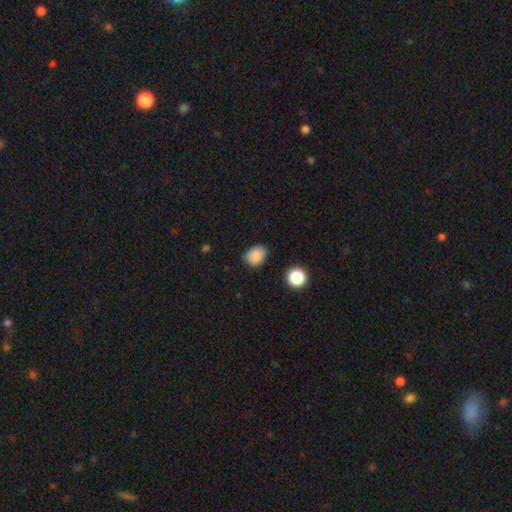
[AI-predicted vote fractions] smooth_or_featured: smooth (p=0.86) [alt: star or artifact p=0.10]
how_rounded: in between (p=0.64) [alt: round p=0.35]
merging: none (p=0.79) [alt: minor disturbance p=0.15]